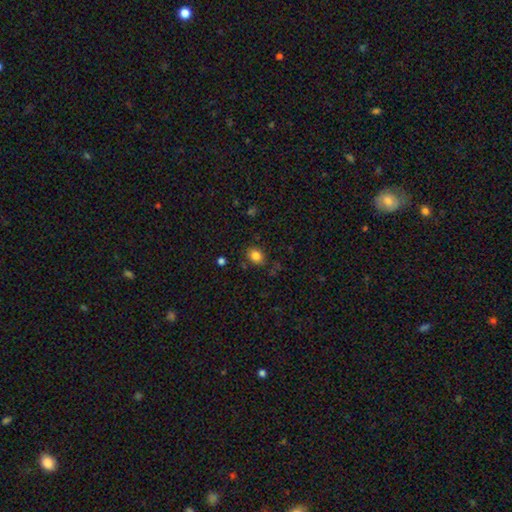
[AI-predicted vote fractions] Overall: smooth (83%). How rounded: in between (57%; round 42%). Merging: none (80%).